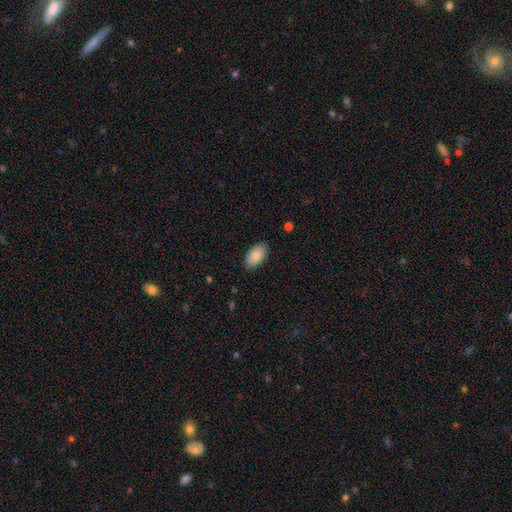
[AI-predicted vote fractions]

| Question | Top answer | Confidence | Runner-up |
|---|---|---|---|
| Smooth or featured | smooth | 86% | featured or disk (7%) |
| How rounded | in between | 95% | round (3%) |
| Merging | none | 87% | minor disturbance (10%) |